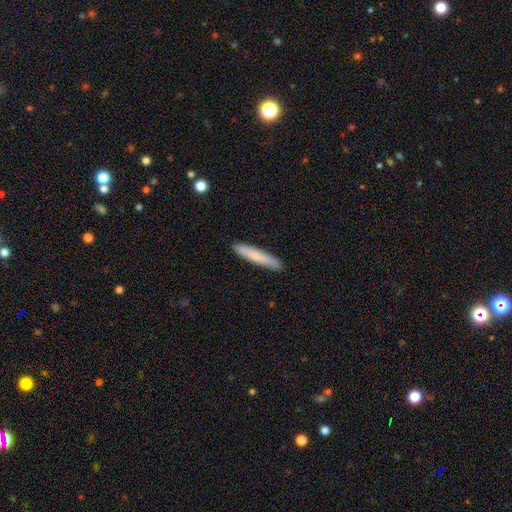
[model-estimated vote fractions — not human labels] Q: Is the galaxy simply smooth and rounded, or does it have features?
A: smooth — 76%.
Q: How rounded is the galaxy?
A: cigar-shaped — 92%.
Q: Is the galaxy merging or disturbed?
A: none — 90%.